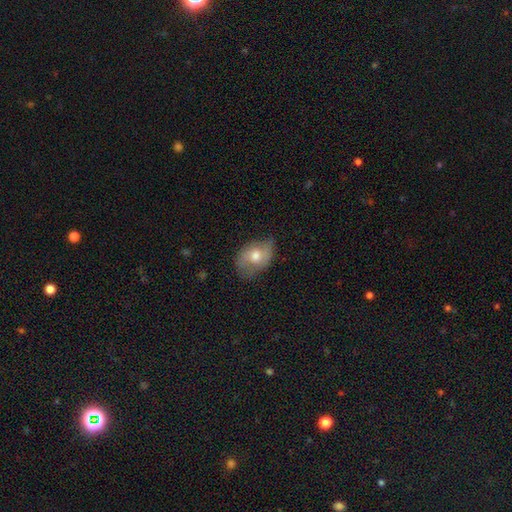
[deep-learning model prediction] This appears to be a smooth galaxy with no disk features (58%) that is in between round and cigar-shaped (76%). Merging: none (58%).